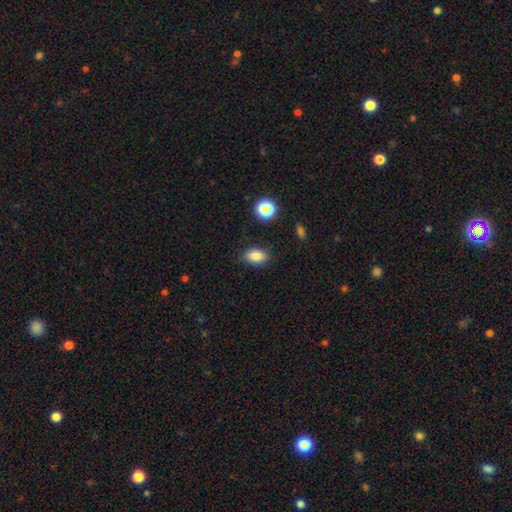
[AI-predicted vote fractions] A smooth galaxy with no disk features (85%) that is in between round and cigar-shaped (86%).

Vote fractions:
- Smooth or featured? smooth: 85% / star or artifact: 10% / featured or disk: 5%
- How rounded? in between: 86% / round: 12% / cigar-shaped: 3%
- Merging? none: 84% / minor disturbance: 11% / major disturbance: 3% / merger: 2%